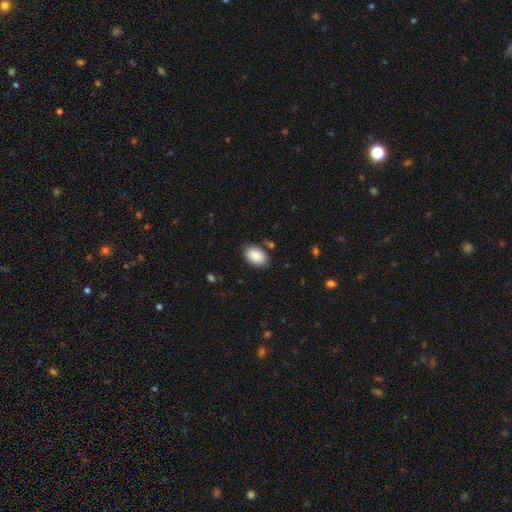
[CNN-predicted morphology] smooth 88%, star or artifact 7%, featured or disk 5%. Down the decision tree: how rounded — in between (89%); merging — none (80%).